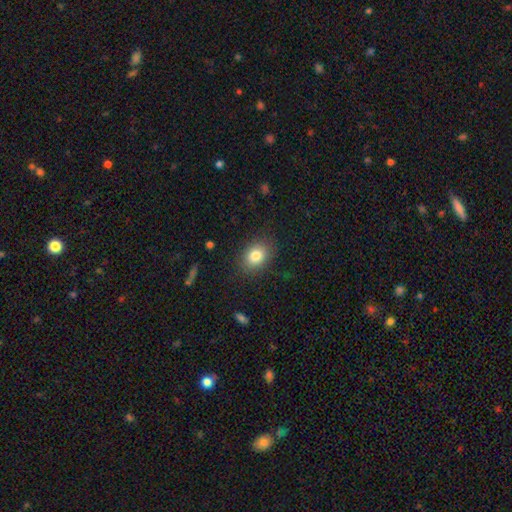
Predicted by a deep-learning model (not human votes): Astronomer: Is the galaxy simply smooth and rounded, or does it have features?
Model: smooth — 82%.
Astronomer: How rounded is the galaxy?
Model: in between — 62%.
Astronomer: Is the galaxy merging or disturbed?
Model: none — 84%.